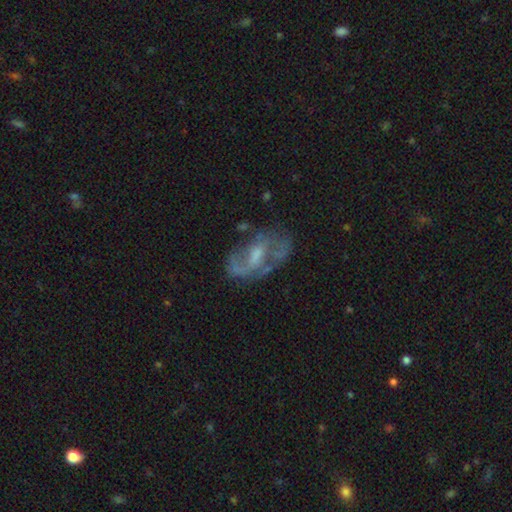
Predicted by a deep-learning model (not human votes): Overall: featured or disk (70%). Edge-on disk: no (93%). Bar: weak (42%; no 39%). Spiral arms: yes (73%). Bulge size: small (44%; moderate 43%). Merging: none (73%).